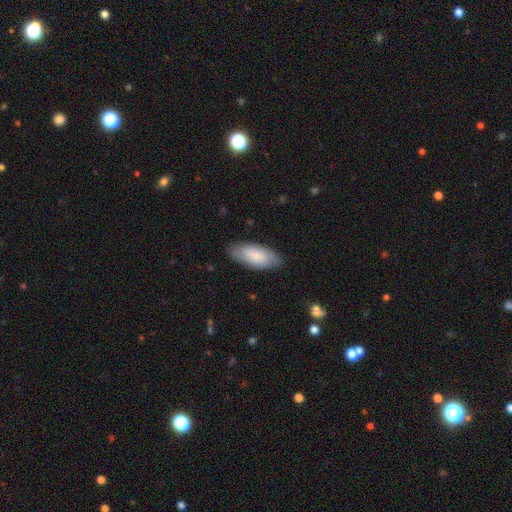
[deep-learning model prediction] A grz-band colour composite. It shows a smooth galaxy with no disk features (81%) that is in between round and cigar-shaped (86%). Merging: none (82%).